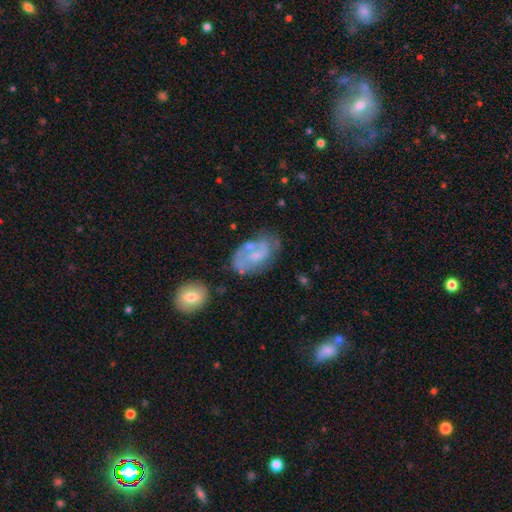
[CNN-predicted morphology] featured or disk 59%, smooth 32%, star or artifact 8%. Down the decision tree: edge-on disk — no (96%); bar — no (63%); spiral arms — yes (56%); bulge size — small (43%); merging — none (50%).